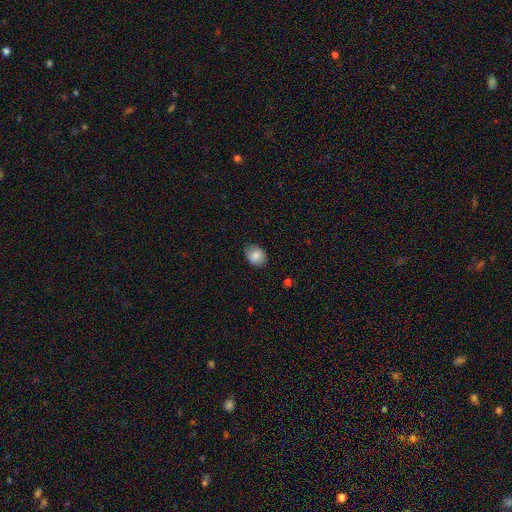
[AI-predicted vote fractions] smooth_or_featured: smooth (p=0.83) [alt: featured or disk p=0.09]
how_rounded: in between (p=0.56) [alt: round p=0.43]
merging: none (p=0.78) [alt: minor disturbance p=0.17]